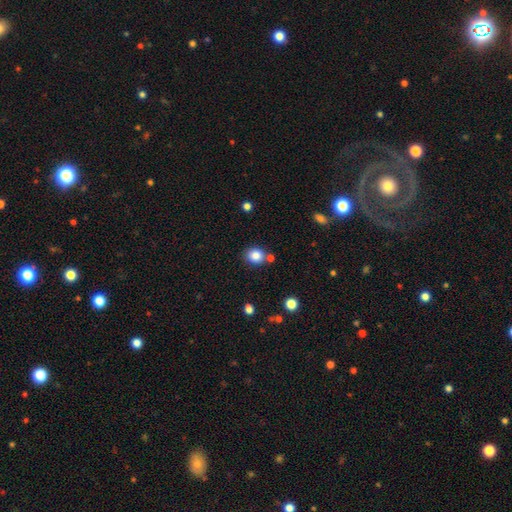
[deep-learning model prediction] Morphology: type=smooth (84%); roundness=round (72%); merging=none (77%).